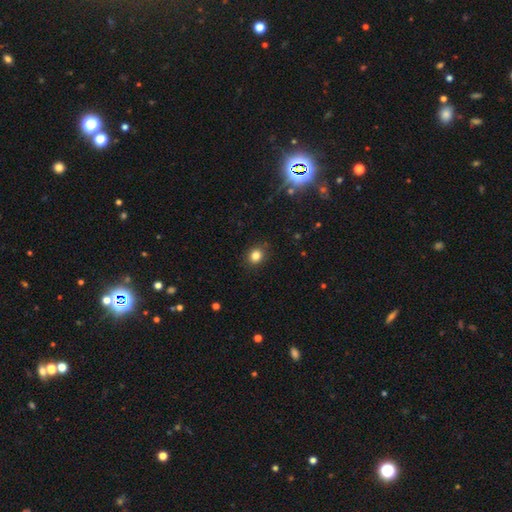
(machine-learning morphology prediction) A smooth galaxy with no disk features (82%) that is round (70%).

Vote fractions:
- Smooth or featured? smooth: 82% / star or artifact: 12% / featured or disk: 6%
- How rounded? round: 70% / in between: 29% / cigar-shaped: 1%
- Merging? none: 87% / minor disturbance: 10% / major disturbance: 3% / merger: 1%